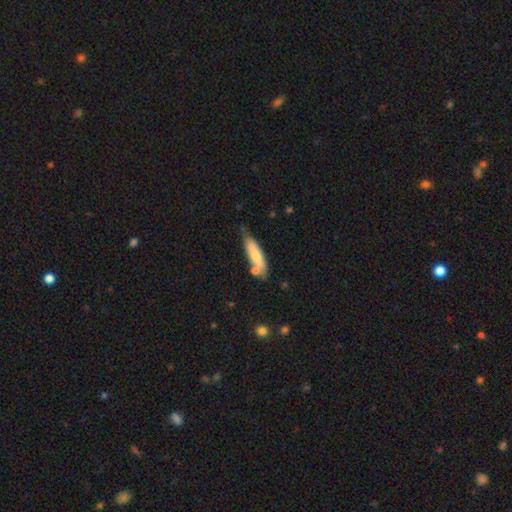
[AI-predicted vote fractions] Q: Smooth or featured?
A: smooth (70%); runner-up: featured or disk (24%)
Q: How rounded?
A: cigar-shaped (64%); runner-up: in between (34%)
Q: Merging?
A: none (65%); runner-up: minor disturbance (18%)